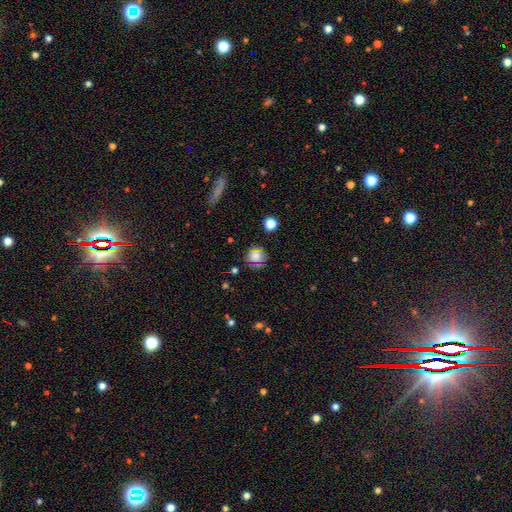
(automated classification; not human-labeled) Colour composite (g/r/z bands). It shows a smooth galaxy with no disk features (62%) that is round (87%). Merging: none (80%).